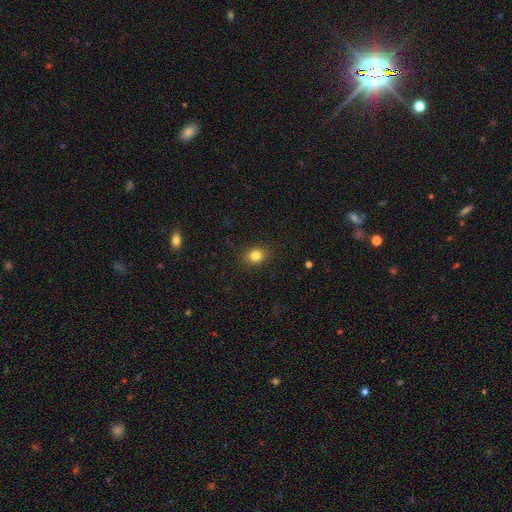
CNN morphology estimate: A smooth galaxy with no disk features (82%) that is round (54%). Merging: none (89%).